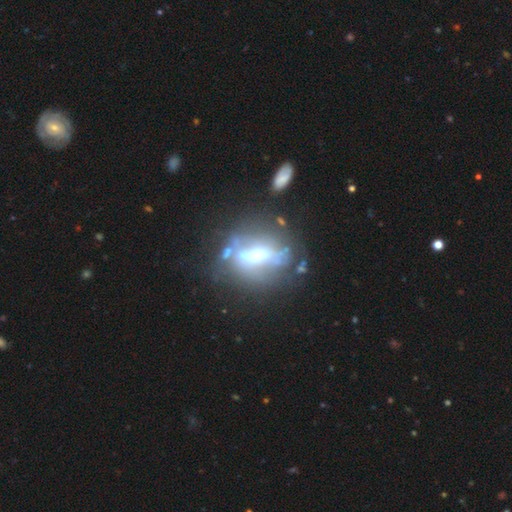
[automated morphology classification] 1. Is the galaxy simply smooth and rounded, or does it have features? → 64% featured or disk, 23% smooth, 12% star or artifact.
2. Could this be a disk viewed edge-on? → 74% no, 26% yes.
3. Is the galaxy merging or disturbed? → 50% none, 20% major disturbance, 18% minor disturbance, 12% merger.